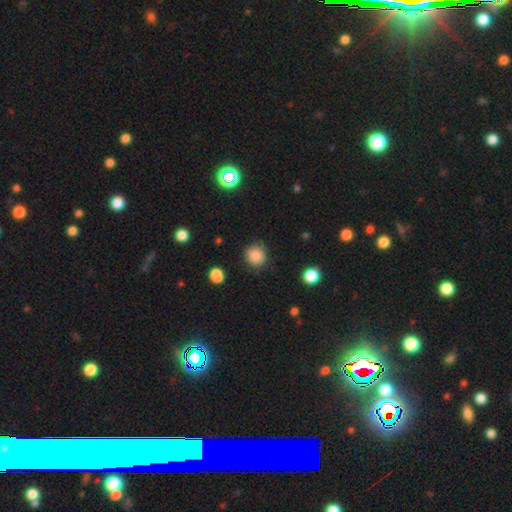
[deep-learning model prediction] Smooth or featured? Predicted: smooth (p=0.86). How rounded? Predicted: round (p=0.90). Merging? Predicted: none (p=0.86).